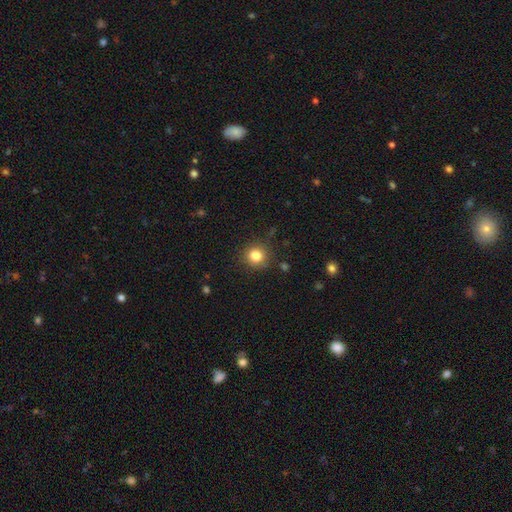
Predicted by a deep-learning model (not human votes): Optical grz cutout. It shows a smooth galaxy with no disk features (83%) that is round (92%). Merging: none (88%).